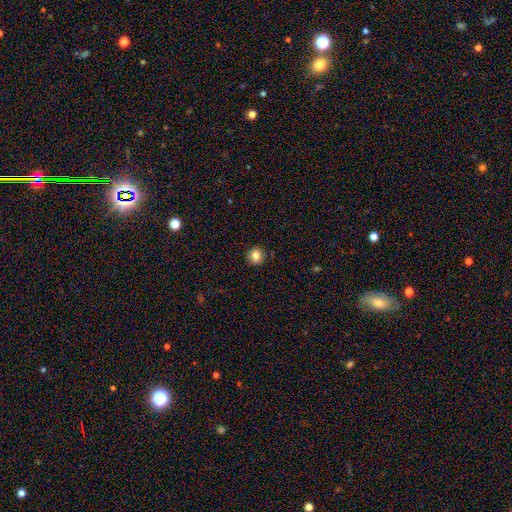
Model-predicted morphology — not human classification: The model was most divided on "how rounded": round: 85%, in between: 14%, cigar-shaped: 1%. More confident: merging — none (90%); smooth or featured — smooth (82%).